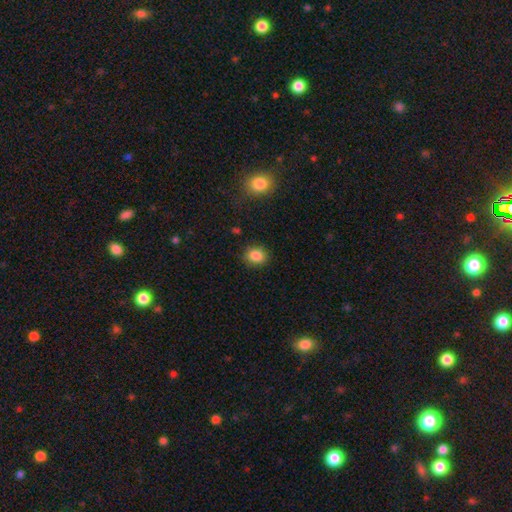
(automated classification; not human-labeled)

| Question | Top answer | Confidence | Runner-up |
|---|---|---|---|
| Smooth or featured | smooth | 85% | star or artifact (10%) |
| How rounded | round | 67% | in between (32%) |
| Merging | none | 86% | minor disturbance (9%) |